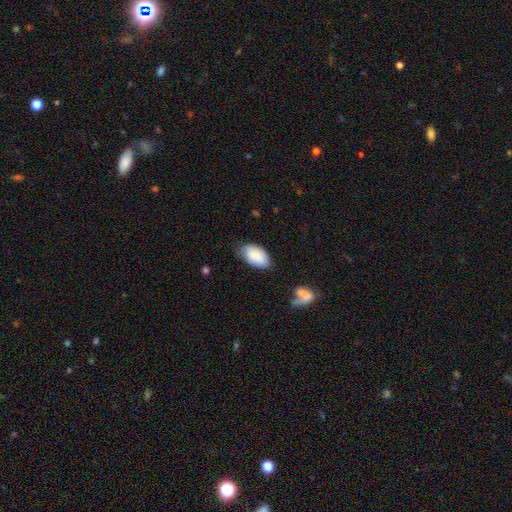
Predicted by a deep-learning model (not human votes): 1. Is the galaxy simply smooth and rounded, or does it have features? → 87% smooth, 7% featured or disk, 6% star or artifact.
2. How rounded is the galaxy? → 94% in between, 4% round, 1% cigar-shaped.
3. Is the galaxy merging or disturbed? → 68% none, 24% minor disturbance, 5% major disturbance, 3% merger.